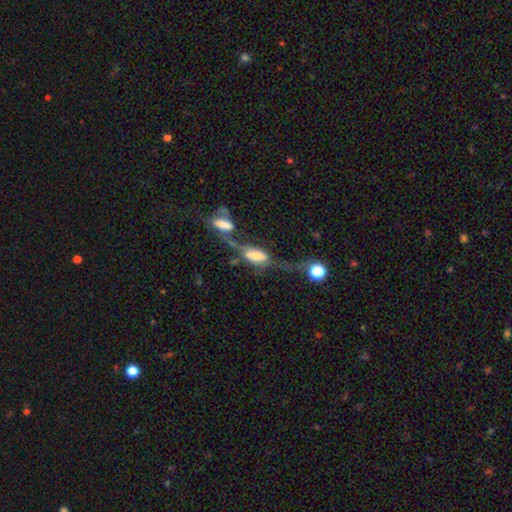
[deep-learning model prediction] Overall: smooth (46%; featured or disk 43%). Merging: merger (54%; major disturbance 24%).